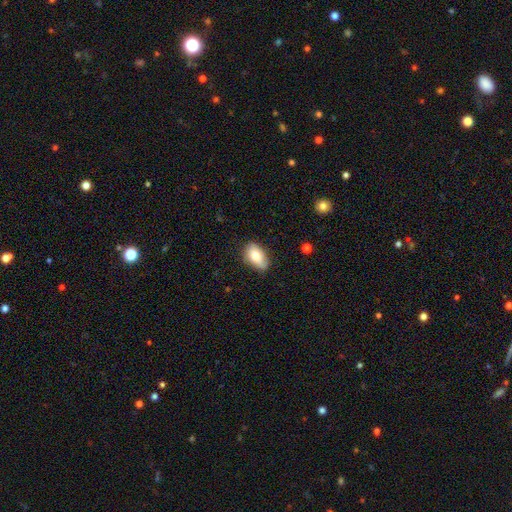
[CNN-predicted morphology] type=smooth (76%); roundness=in between (91%); merging=none (69%).